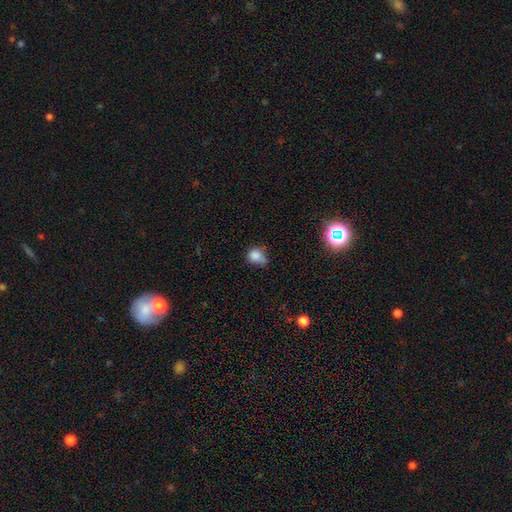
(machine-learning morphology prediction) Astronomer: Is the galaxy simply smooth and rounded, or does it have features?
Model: smooth — 81%.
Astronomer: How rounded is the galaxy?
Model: round — 59% (runner-up: in between, 39%).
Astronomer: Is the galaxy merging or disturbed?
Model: minor disturbance — 41%, tied with none at 41%.